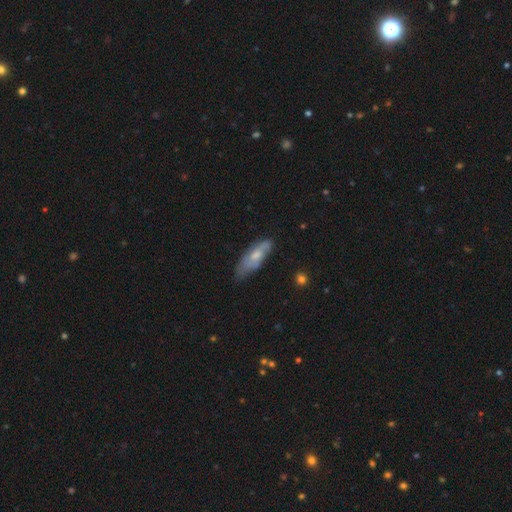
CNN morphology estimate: type=smooth (52%); roundness=in between (62%); merging=none (53%).